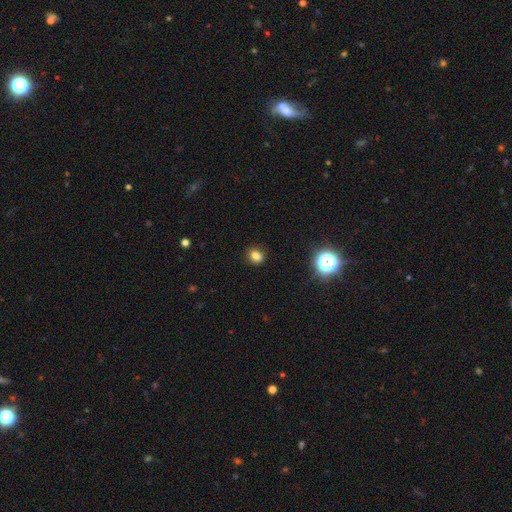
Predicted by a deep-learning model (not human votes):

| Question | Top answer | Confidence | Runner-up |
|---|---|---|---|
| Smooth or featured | smooth | 80% | star or artifact (15%) |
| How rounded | in between | 51% | round (47%) |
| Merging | none | 86% | minor disturbance (9%) |